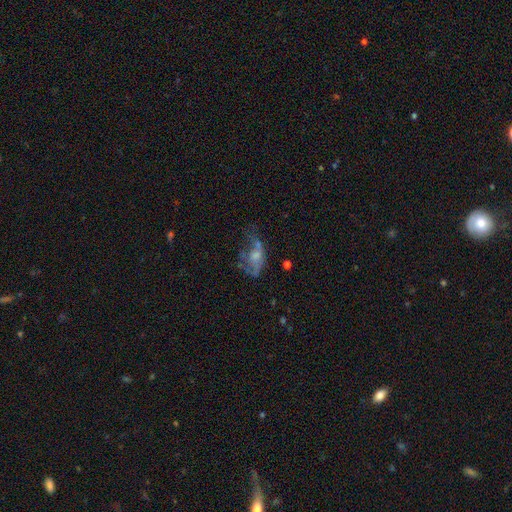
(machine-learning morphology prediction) Q: Smooth or featured?
A: featured or disk (51%); runner-up: smooth (36%)
Q: Edge-on disk?
A: no (95%); runner-up: yes (5%)
Q: Merging?
A: major disturbance (45%); runner-up: none (26%)